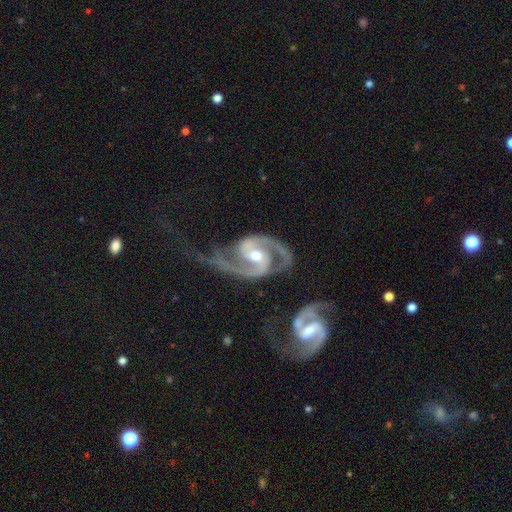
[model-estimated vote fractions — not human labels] This appears to be a featured or disk galaxy (94%) with a weak bar (42%), 2 (93%) medium (58%) spiral arms (98%) and a moderate central bulge (74%). Merging: none (52%).